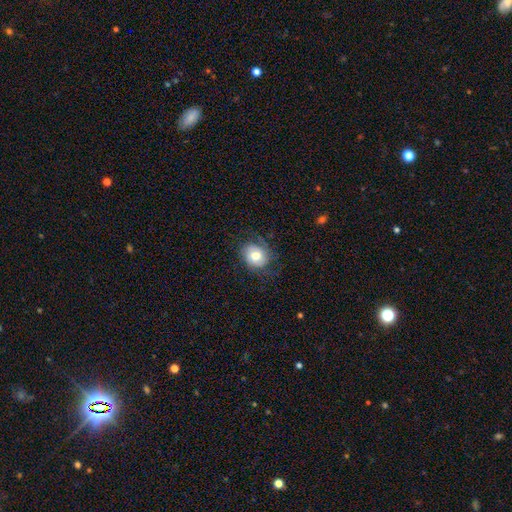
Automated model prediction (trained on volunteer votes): Q: Smooth or featured?
A: smooth (63%); runner-up: featured or disk (28%)
Q: How rounded?
A: round (65%); runner-up: in between (34%)
Q: Merging?
A: none (68%); runner-up: minor disturbance (20%)